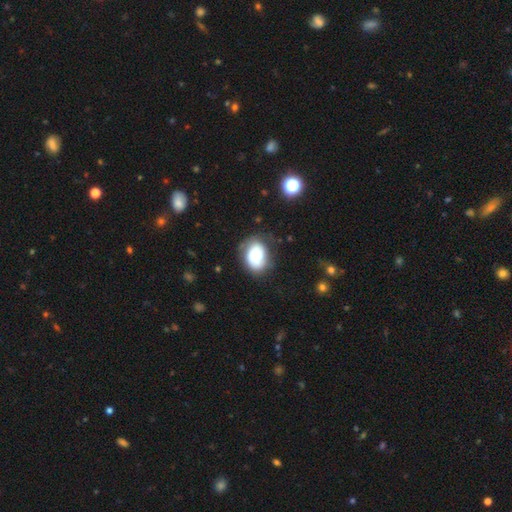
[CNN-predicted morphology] smooth-or-featured: smooth: 63% | featured or disk: 28% | star or artifact: 9%
  how-rounded: in between: 73% | round: 26% | cigar-shaped: 1%
  merging: none: 62% | minor disturbance: 25% | major disturbance: 10% | merger: 3%